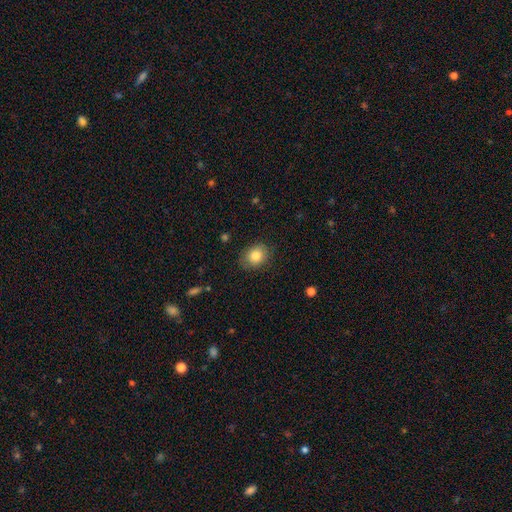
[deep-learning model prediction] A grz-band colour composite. It shows a smooth galaxy with no disk features (84%) that is round (54%). Merging: none (83%).